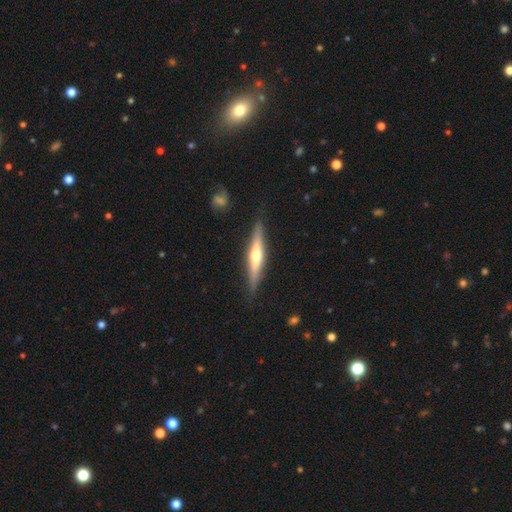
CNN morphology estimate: smooth-or-featured: featured or disk: 60% | smooth: 34% | star or artifact: 5%
  disk-edge-on: yes: 95% | no: 5%
    edge-on-bulge: rounded: 86% | none: 9% | boxy: 5%
  merging: none: 87% | minor disturbance: 10% | major disturbance: 2% | merger: 1%